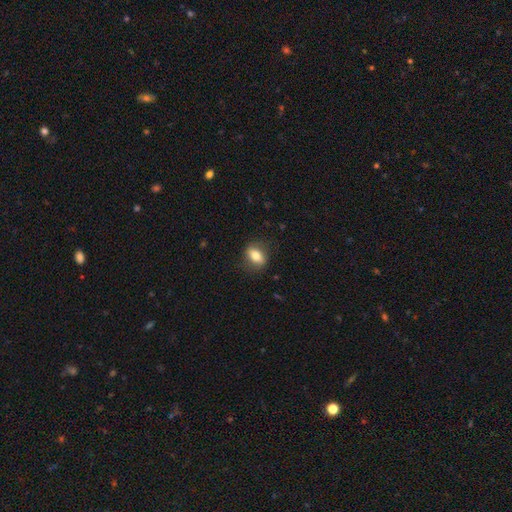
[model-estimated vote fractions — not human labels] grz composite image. It shows a smooth galaxy with no disk features (75%) that is in between round and cigar-shaped (76%). Merging: none (80%).